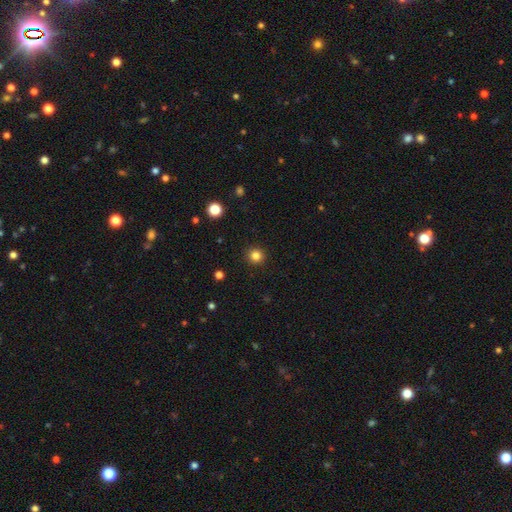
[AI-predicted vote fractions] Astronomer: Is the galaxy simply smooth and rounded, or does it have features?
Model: smooth — 83%.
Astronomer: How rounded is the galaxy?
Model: round — 93%.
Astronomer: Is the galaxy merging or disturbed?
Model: none — 92%.